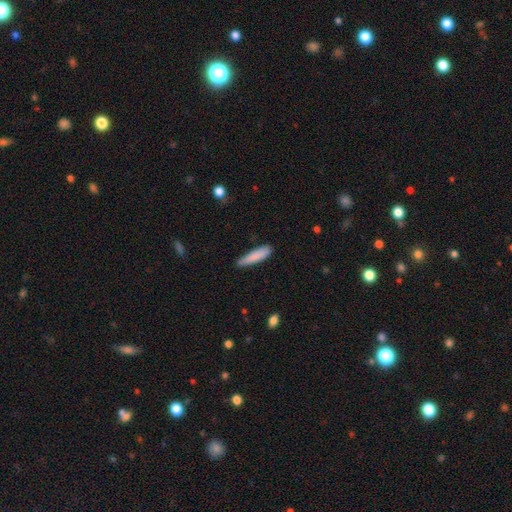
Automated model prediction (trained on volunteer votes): A smooth galaxy with no disk features (84%) that is cigar-shaped (82%).

Vote fractions:
- Smooth or featured? smooth: 84% / featured or disk: 10% / star or artifact: 6%
- How rounded? cigar-shaped: 82% / in between: 17% / round: 1%
- Merging? none: 78% / minor disturbance: 18% / major disturbance: 3% / merger: 2%